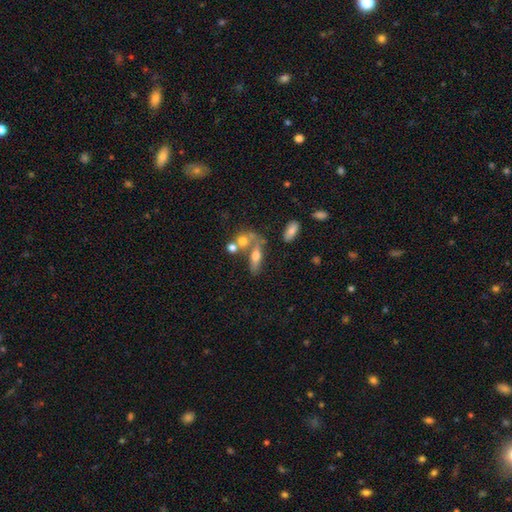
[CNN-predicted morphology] smooth 55%, featured or disk 33%, star or artifact 12%. Down the decision tree: how rounded — in between (58%); merging — merger (40%).